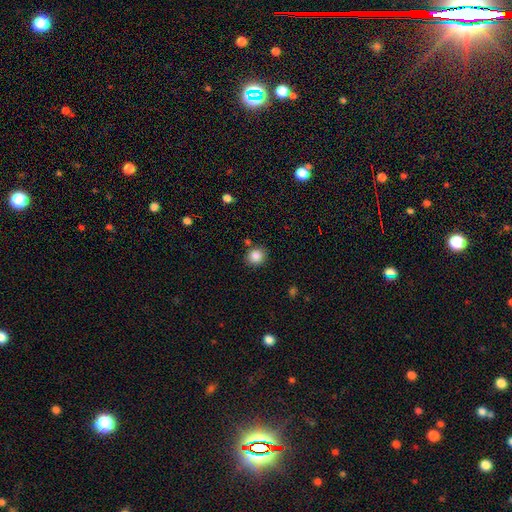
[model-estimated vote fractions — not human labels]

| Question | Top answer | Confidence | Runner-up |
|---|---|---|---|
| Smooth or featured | smooth | 85% | star or artifact (10%) |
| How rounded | round | 81% | in between (18%) |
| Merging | none | 83% | minor disturbance (10%) |